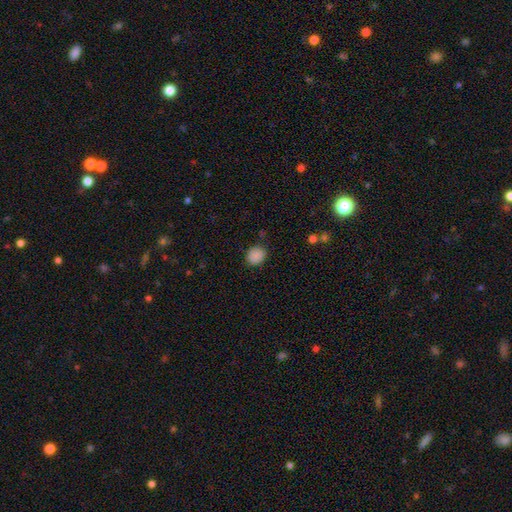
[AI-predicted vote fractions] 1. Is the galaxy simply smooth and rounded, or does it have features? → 87% smooth, 10% star or artifact, 3% featured or disk.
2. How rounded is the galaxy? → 67% round, 32% in between, 1% cigar-shaped.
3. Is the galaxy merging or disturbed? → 84% none, 12% minor disturbance, 3% major disturbance, 2% merger.